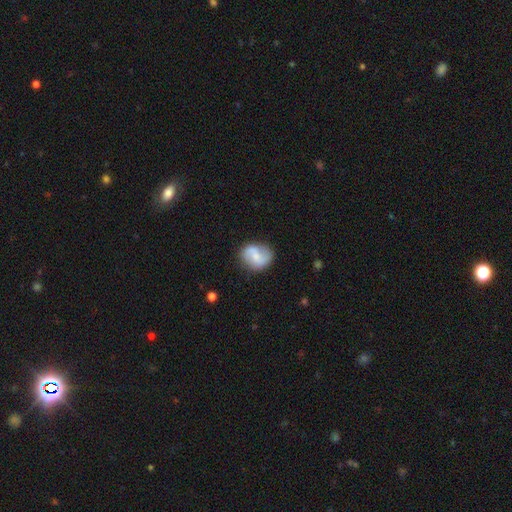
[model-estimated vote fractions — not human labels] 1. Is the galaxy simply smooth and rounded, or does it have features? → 51% featured or disk, 42% smooth, 7% star or artifact.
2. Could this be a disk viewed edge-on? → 97% no, 3% yes.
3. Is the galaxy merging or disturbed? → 71% none, 19% minor disturbance, 6% major disturbance, 3% merger.